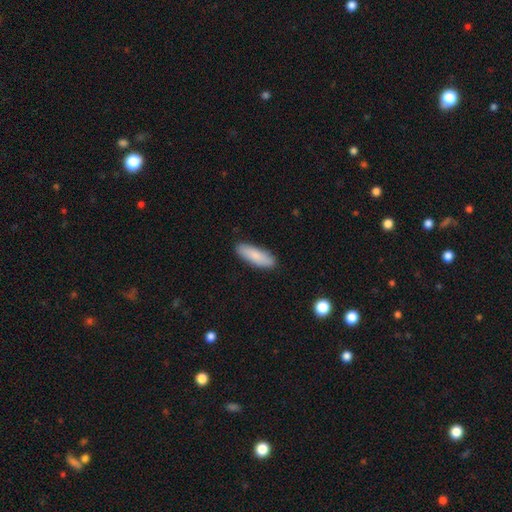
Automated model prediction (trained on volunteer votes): Overall: smooth (84%). How rounded: in between (51%; cigar-shaped 47%). Merging: none (88%).